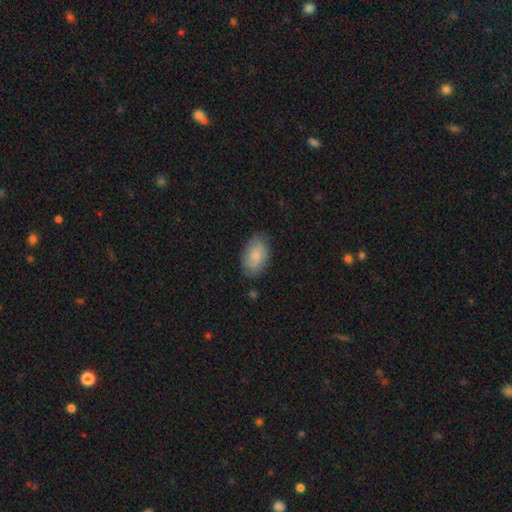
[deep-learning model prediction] Overall: smooth (76%). How rounded: in between (92%). Merging: none (78%).